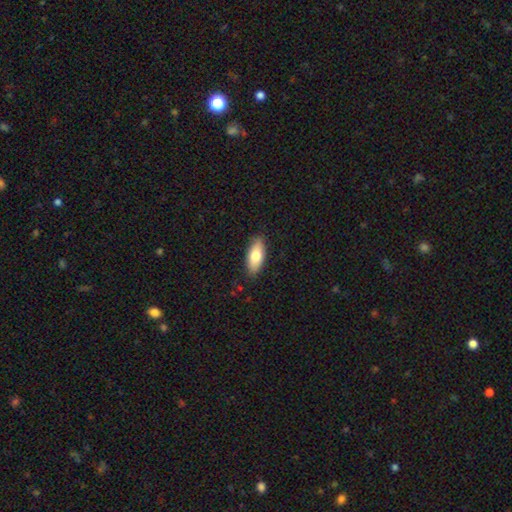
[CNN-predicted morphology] smooth_or_featured: smooth (p=0.75) [alt: featured or disk p=0.19]
how_rounded: in between (p=0.82) [alt: cigar-shaped p=0.16]
merging: none (p=0.87) [alt: minor disturbance p=0.10]